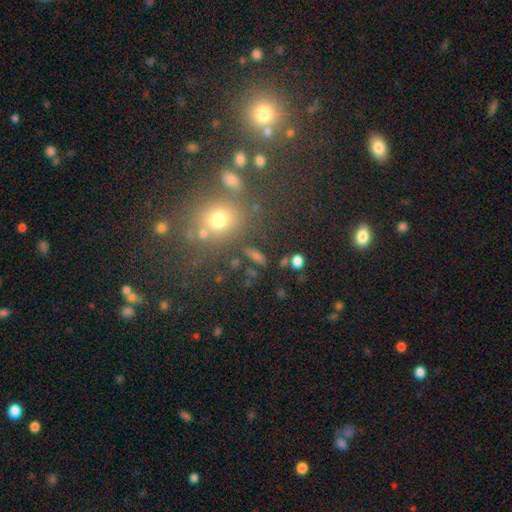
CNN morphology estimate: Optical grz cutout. It shows a smooth galaxy with no disk features (61%) that is in between round and cigar-shaped (51%). Merging: none (73%).